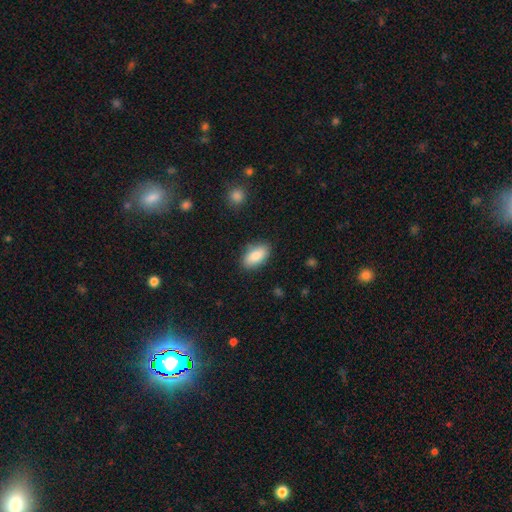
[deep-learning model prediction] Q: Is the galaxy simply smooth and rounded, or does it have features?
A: smooth — 87%.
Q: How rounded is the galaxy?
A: in between — 91%.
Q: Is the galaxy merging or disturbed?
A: none — 84%.